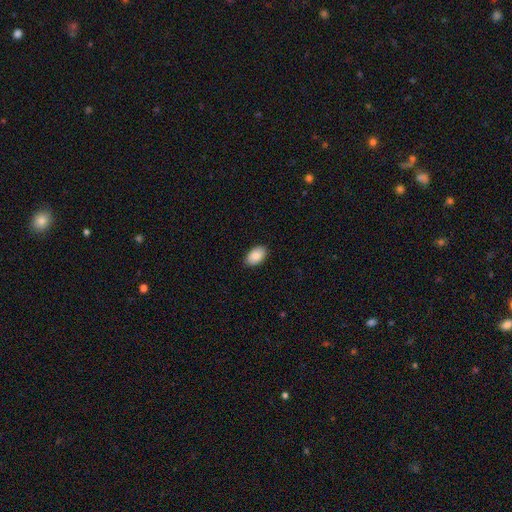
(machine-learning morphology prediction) Q: Smooth or featured?
A: smooth (89%); runner-up: star or artifact (7%)
Q: How rounded?
A: in between (93%); runner-up: round (6%)
Q: Merging?
A: none (89%); runner-up: minor disturbance (8%)